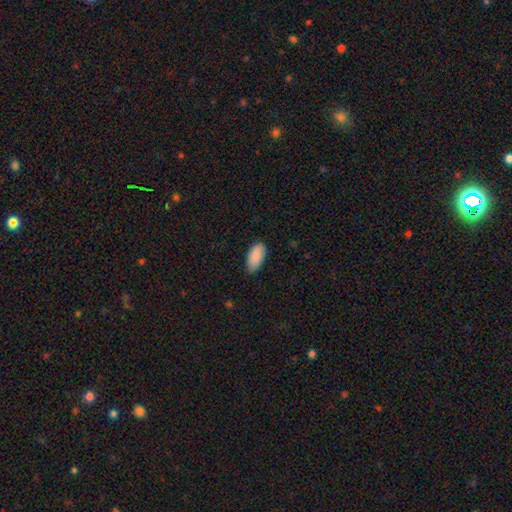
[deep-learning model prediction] smooth 87%, featured or disk 7%, star or artifact 6%. Down the decision tree: how rounded — in between (94%); merging — none (73%).